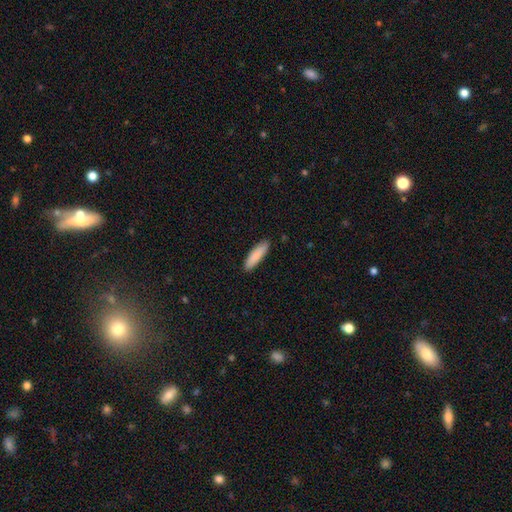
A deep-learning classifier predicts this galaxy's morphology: Smooth or featured? smooth (87%)
How rounded? cigar-shaped (69%)
Merging? none (89%)